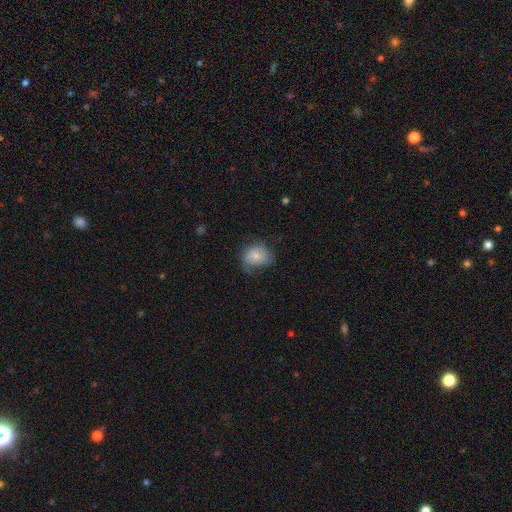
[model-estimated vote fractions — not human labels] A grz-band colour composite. It shows a smooth galaxy with no disk features (71%) that is in between round and cigar-shaped (53%). Merging: none (49%).